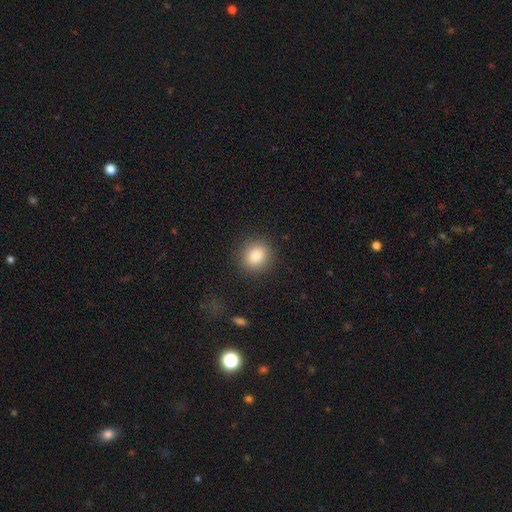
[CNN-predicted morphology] smooth 86%, star or artifact 9%, featured or disk 5%. Down the decision tree: how rounded — round (76%); merging — none (88%).